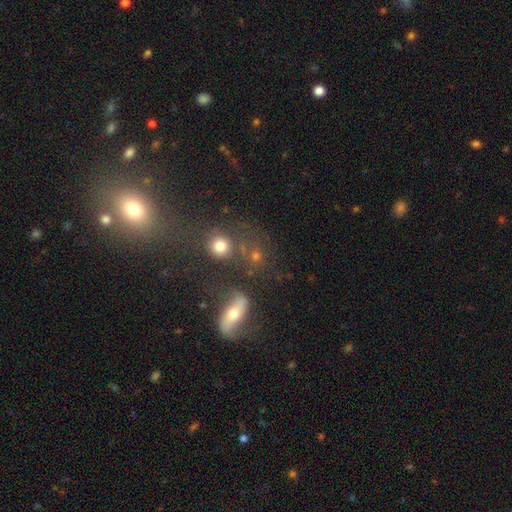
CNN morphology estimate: Overall: smooth (61%; featured or disk 21%). How rounded: round (68%). Merging: none (54%; merger 21%).